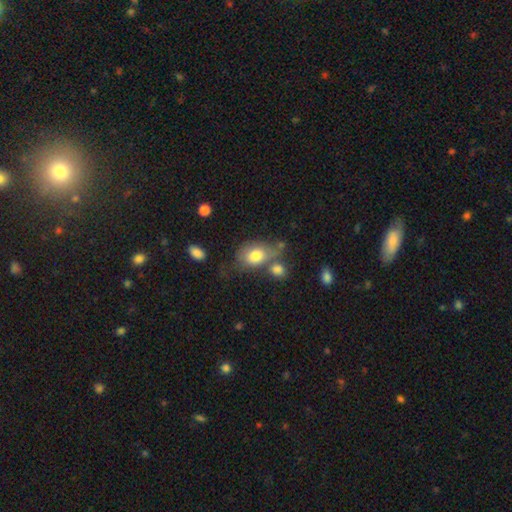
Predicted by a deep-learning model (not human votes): Smooth or featured?
  - smooth: 76% *
  - featured or disk: 16%
  - star or artifact: 8%
How rounded?
  - in between: 77% *
  - round: 21%
  - cigar-shaped: 2%
Merging?
  - none: 40% *
  - merger: 25%
  - minor disturbance: 22%
  - major disturbance: 13%